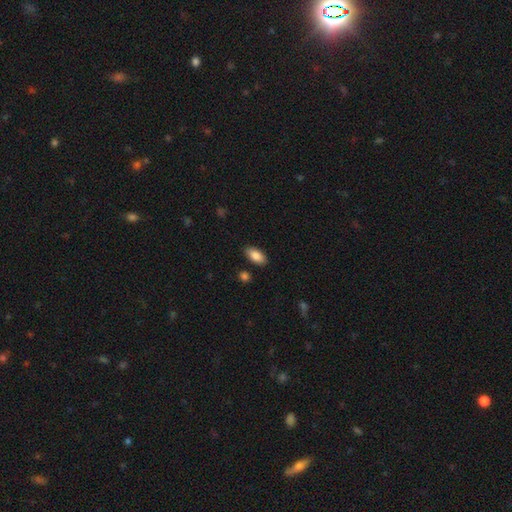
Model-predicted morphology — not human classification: Q: Smooth or featured?
A: smooth (87%); runner-up: featured or disk (7%)
Q: How rounded?
A: in between (92%); runner-up: cigar-shaped (6%)
Q: Merging?
A: none (87%); runner-up: minor disturbance (9%)